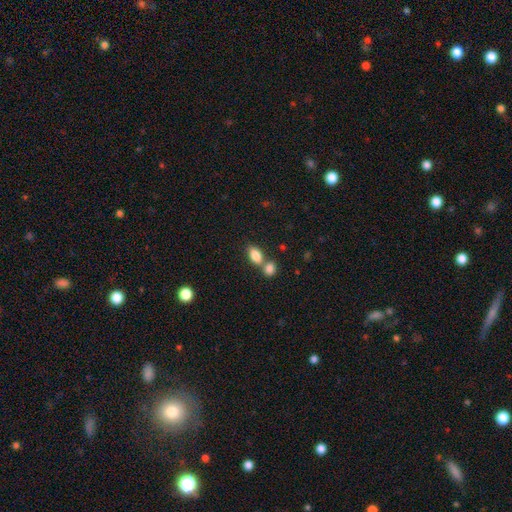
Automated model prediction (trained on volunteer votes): This is clearly a smooth galaxy (84%). How rounded: clearly in between (86%). Merging: possibly merger (47%).